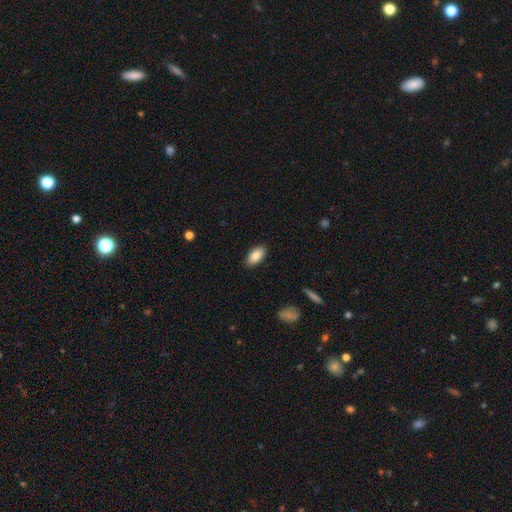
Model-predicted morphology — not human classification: smooth_or_featured: smooth (p=0.85) [alt: featured or disk p=0.08]
how_rounded: in between (p=0.92) [alt: cigar-shaped p=0.05]
merging: none (p=0.88) [alt: minor disturbance p=0.09]